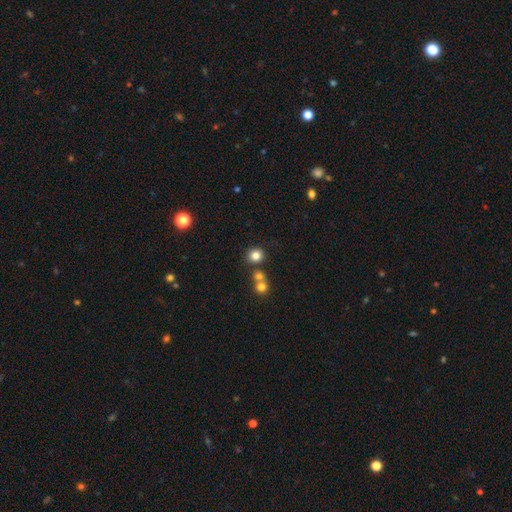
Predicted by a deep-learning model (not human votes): The model was most divided on "merging": none: 73%, merger: 17%, minor disturbance: 7%, major disturbance: 3%. More confident: how rounded — round (89%); smooth or featured — smooth (81%).